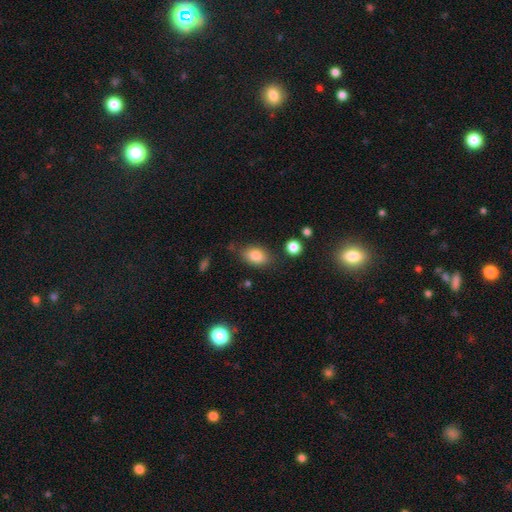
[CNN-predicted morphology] smooth-or-featured: smooth: 83% | featured or disk: 9% | star or artifact: 8%
  how-rounded: in between: 84% | round: 14% | cigar-shaped: 2%
  merging: none: 77% | minor disturbance: 15% | merger: 4% | major disturbance: 4%